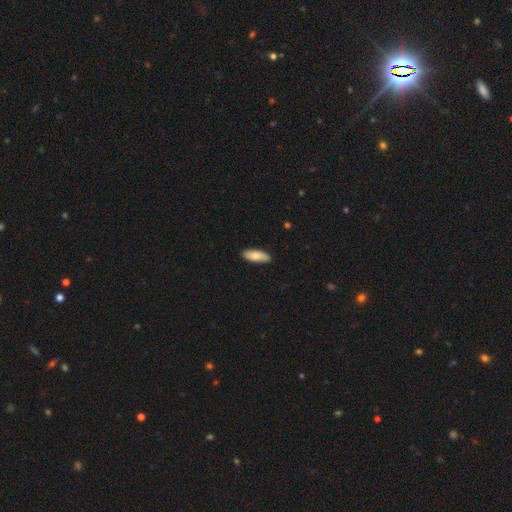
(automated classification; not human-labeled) Overall: smooth (82%). How rounded: in between (66%; cigar-shaped 32%). Merging: none (85%).